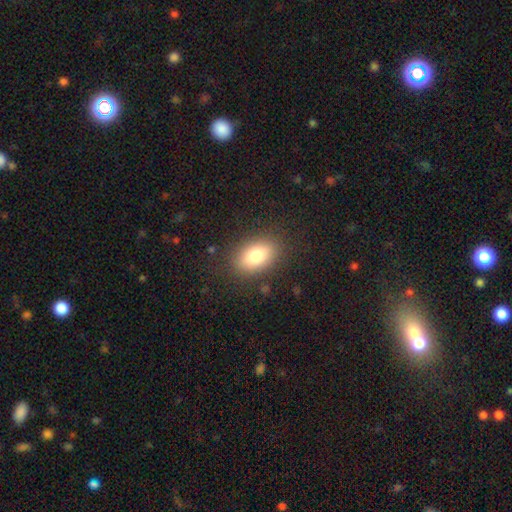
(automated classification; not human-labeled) smooth_or_featured: smooth (p=0.80) [alt: featured or disk p=0.11]
how_rounded: in between (p=0.85) [alt: round p=0.13]
merging: none (p=0.84) [alt: minor disturbance p=0.10]